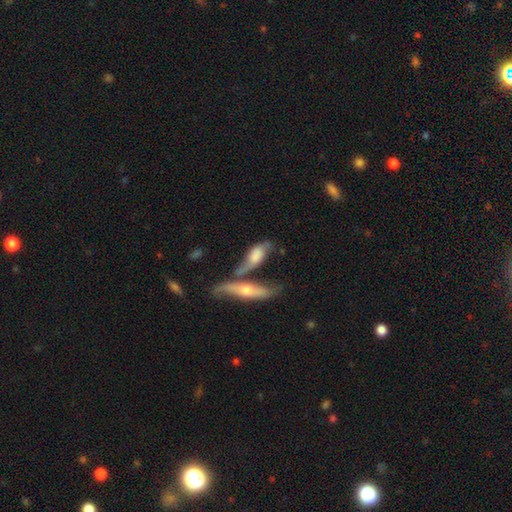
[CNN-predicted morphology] Q: Smooth or featured?
A: smooth (49%); runner-up: featured or disk (44%)
Q: Merging?
A: merger (50%); runner-up: none (25%)